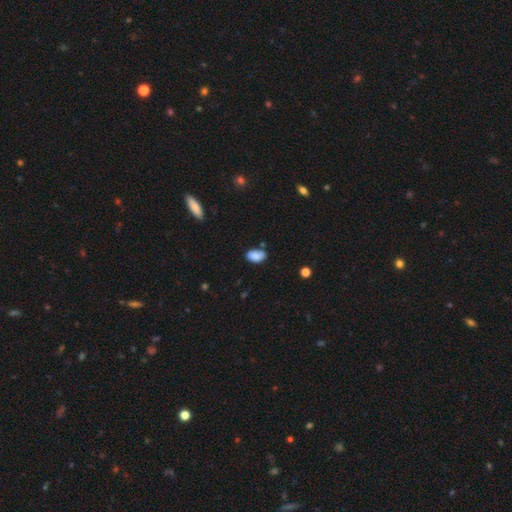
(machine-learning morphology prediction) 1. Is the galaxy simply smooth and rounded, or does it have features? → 87% smooth, 8% star or artifact, 5% featured or disk.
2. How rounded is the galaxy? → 92% in between, 7% round, 2% cigar-shaped.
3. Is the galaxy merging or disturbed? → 71% none, 21% minor disturbance, 5% merger, 4% major disturbance.